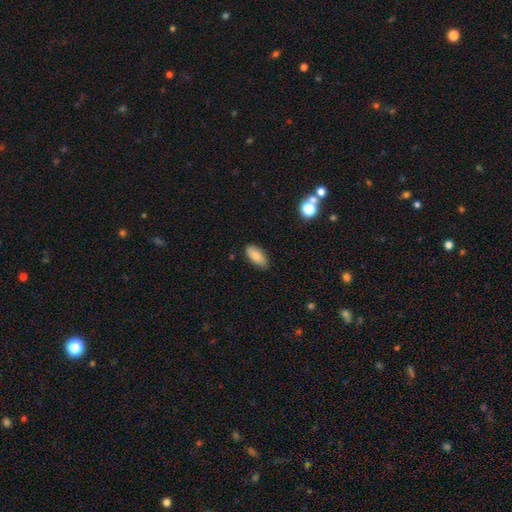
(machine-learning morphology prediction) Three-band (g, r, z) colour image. It shows a smooth galaxy with no disk features (85%) that is in between round and cigar-shaped (89%). Merging: none (82%).